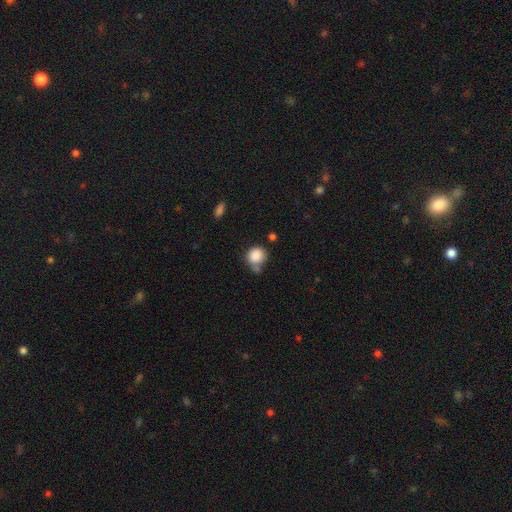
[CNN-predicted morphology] The model was most divided on "merging": none: 51%, minor disturbance: 22%, merger: 19%, major disturbance: 8%. More confident: smooth or featured — smooth (86%); how rounded — round (82%).